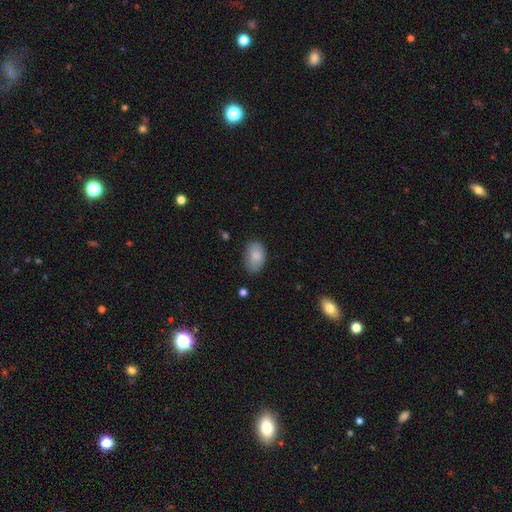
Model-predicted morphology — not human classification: smooth-or-featured: smooth: 84% | featured or disk: 9% | star or artifact: 7%
  how-rounded: in between: 89% | round: 9% | cigar-shaped: 1%
  merging: none: 76% | minor disturbance: 19% | major disturbance: 4% | merger: 2%